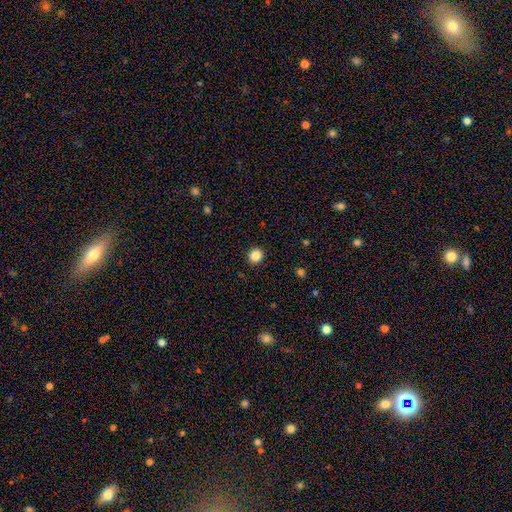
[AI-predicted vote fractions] Morphology: type=smooth (85%); roundness=round (88%); merging=none (92%).